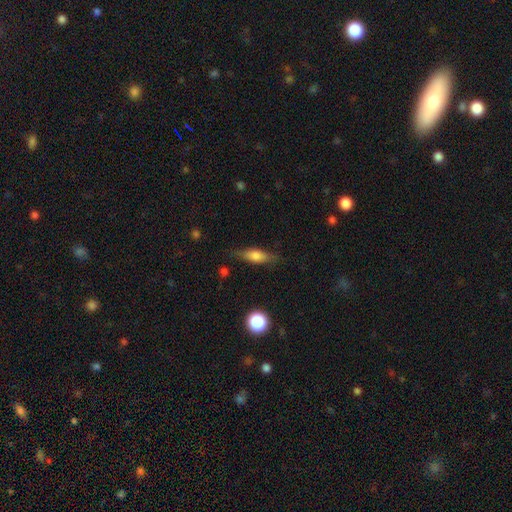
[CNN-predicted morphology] smooth-or-featured: smooth: 61% | featured or disk: 32% | star or artifact: 8%
  how-rounded: in between: 49% | cigar-shaped: 46% | round: 4%
  merging: none: 79% | minor disturbance: 16% | major disturbance: 4% | merger: 2%